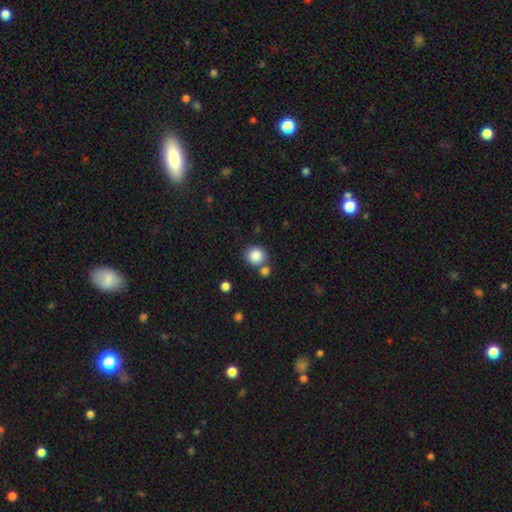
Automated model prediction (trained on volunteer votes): A smooth galaxy with no disk features (86%) that is round (90%).

Vote fractions:
- Smooth or featured? smooth: 86% / star or artifact: 10% / featured or disk: 4%
- How rounded? round: 90% / in between: 9% / cigar-shaped: 1%
- Merging? none: 69% / merger: 19% / minor disturbance: 9% / major disturbance: 3%